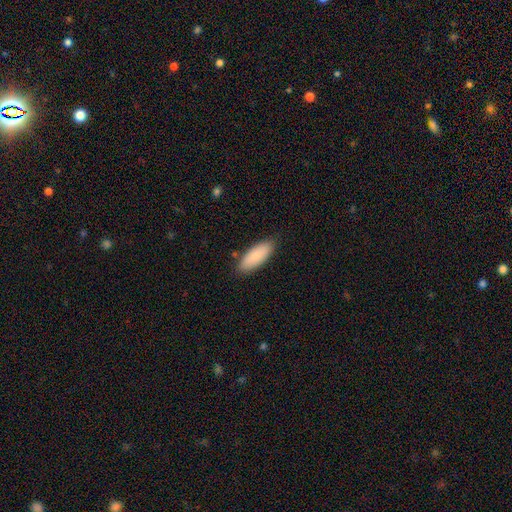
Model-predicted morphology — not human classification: Q: Smooth or featured?
A: smooth (82%); runner-up: featured or disk (12%)
Q: How rounded?
A: in between (77%); runner-up: cigar-shaped (21%)
Q: Merging?
A: none (84%); runner-up: minor disturbance (12%)